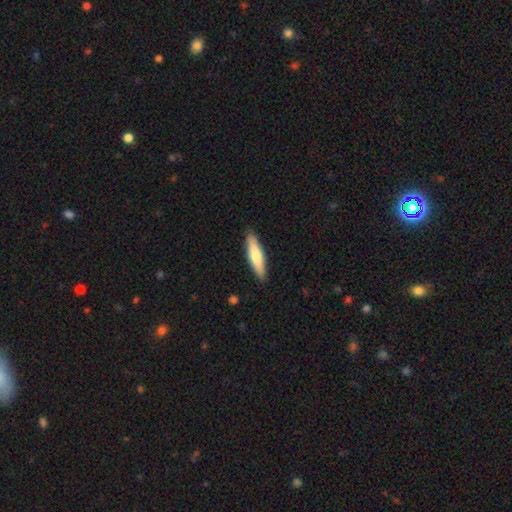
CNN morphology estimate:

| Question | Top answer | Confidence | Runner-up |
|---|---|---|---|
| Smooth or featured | smooth | 68% | featured or disk (27%) |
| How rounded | cigar-shaped | 80% | in between (19%) |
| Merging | none | 89% | minor disturbance (8%) |